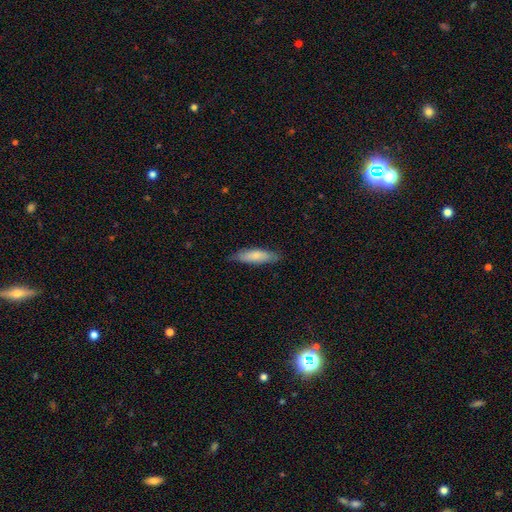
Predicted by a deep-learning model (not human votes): This is likely a smooth galaxy (76%). How rounded: likely cigar-shaped (63%). Merging: likely none (79%).